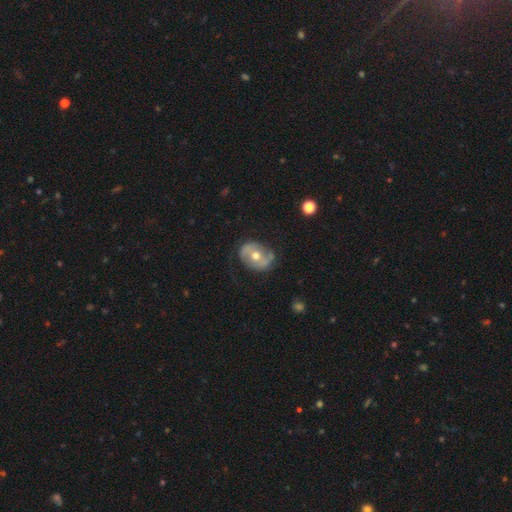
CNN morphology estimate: type=featured or disk (69%); edge-on=no (96%); bar=no (51%); spiral arms=yes (70%); bulge=moderate (78%); merging=none (72%).